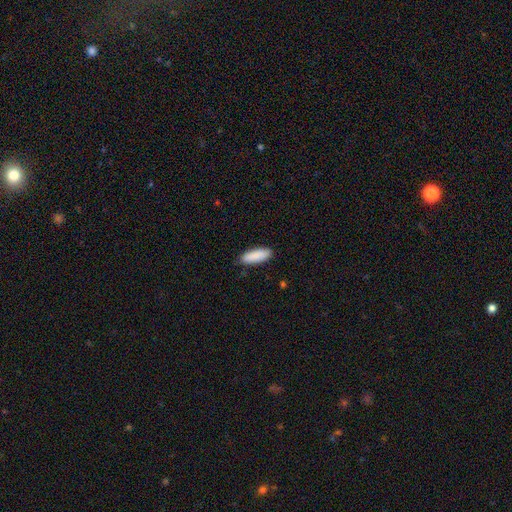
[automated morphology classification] This appears to be a smooth galaxy with no disk features (90%) that is in between round and cigar-shaped (60%). Merging: none (86%).